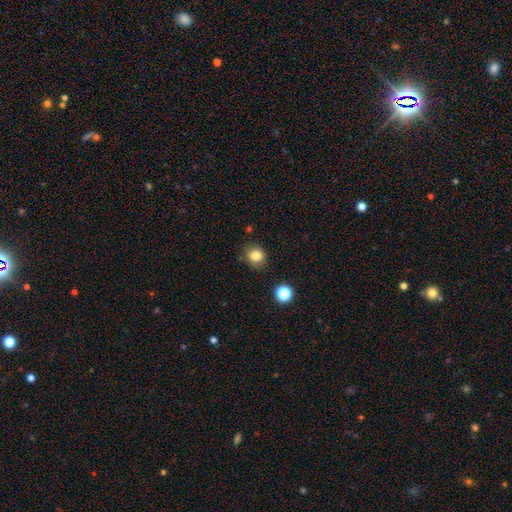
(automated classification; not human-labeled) A smooth galaxy with no disk features (81%) that is round (63%).

Vote fractions:
- Smooth or featured? smooth: 81% / star or artifact: 11% / featured or disk: 8%
- How rounded? round: 63% / in between: 36% / cigar-shaped: 1%
- Merging? none: 77% / minor disturbance: 16% / major disturbance: 4% / merger: 3%